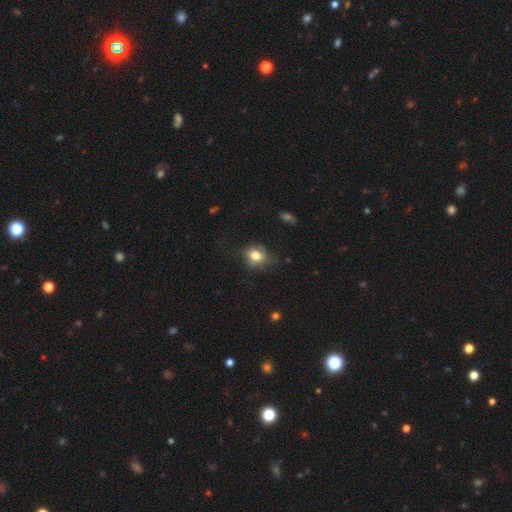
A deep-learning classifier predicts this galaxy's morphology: smooth-or-featured: smooth: 78% | featured or disk: 12% | star or artifact: 10%
  how-rounded: round: 62% | in between: 37% | cigar-shaped: 1%
  merging: none: 65% | minor disturbance: 24% | major disturbance: 9% | merger: 2%